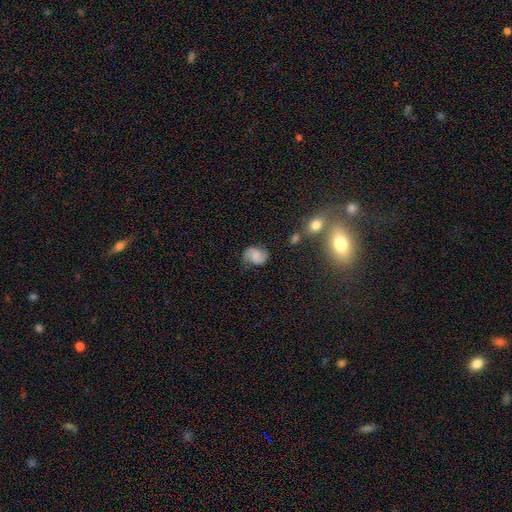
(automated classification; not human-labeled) Smooth or featured? featured or disk (62%)
Edge-on disk? no (98%)
Bar? no (53%)
Spiral arms? yes (94%)
Spiral winding? medium (45%)
Spiral arm count? 2 (90%)
Bulge size? none (49%)
Merging? none (68%)